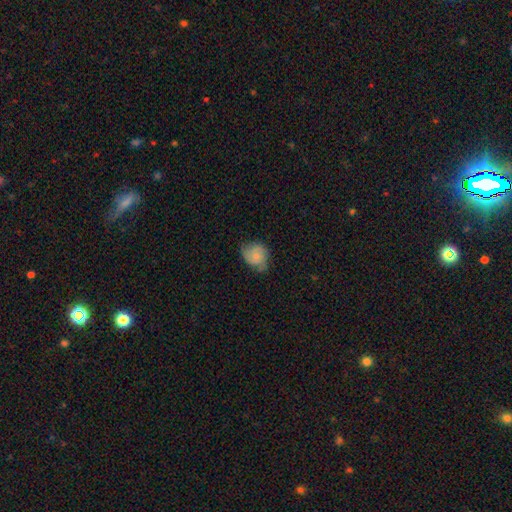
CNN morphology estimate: Smooth or featured? smooth (50%)
Merging? none (56%)